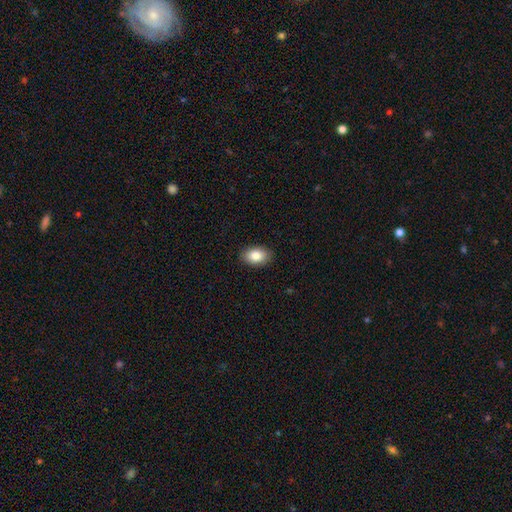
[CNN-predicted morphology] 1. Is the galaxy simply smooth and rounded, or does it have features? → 86% smooth, 7% star or artifact, 6% featured or disk.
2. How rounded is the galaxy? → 89% in between, 10% round, 1% cigar-shaped.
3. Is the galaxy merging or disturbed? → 89% none, 8% minor disturbance, 2% major disturbance, 1% merger.